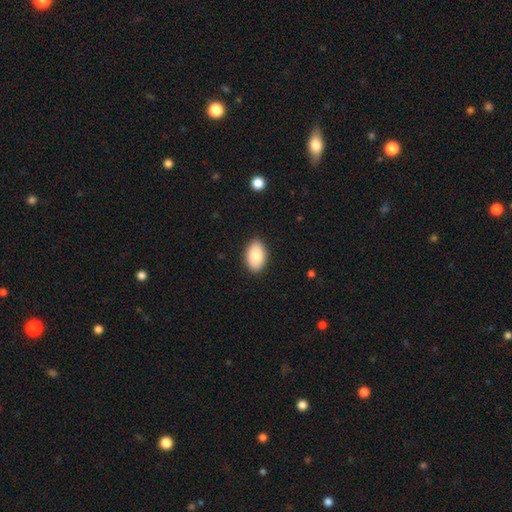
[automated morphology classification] This is clearly a smooth galaxy (86%). How rounded: clearly in between (92%). Merging: clearly none (89%).